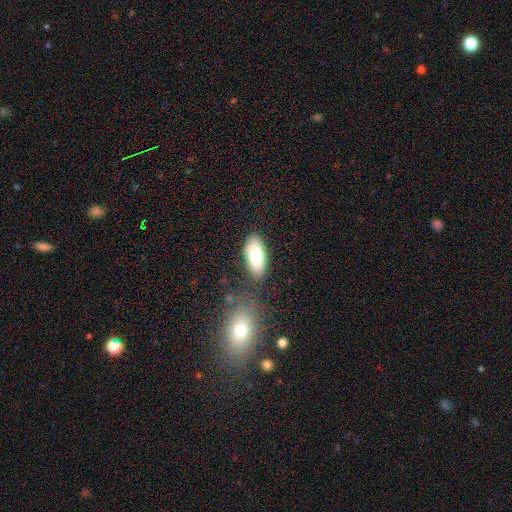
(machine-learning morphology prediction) smooth-or-featured: smooth: 83% | featured or disk: 10% | star or artifact: 6%
  how-rounded: in between: 86% | cigar-shaped: 12% | round: 2%
  merging: none: 78% | minor disturbance: 13% | merger: 5% | major disturbance: 4%